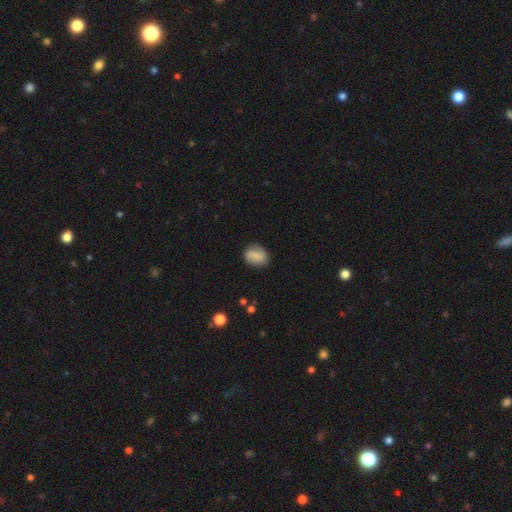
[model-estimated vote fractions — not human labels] This appears to be a smooth galaxy with no disk features (72%) that is in between round and cigar-shaped (58%). Merging: none (79%).